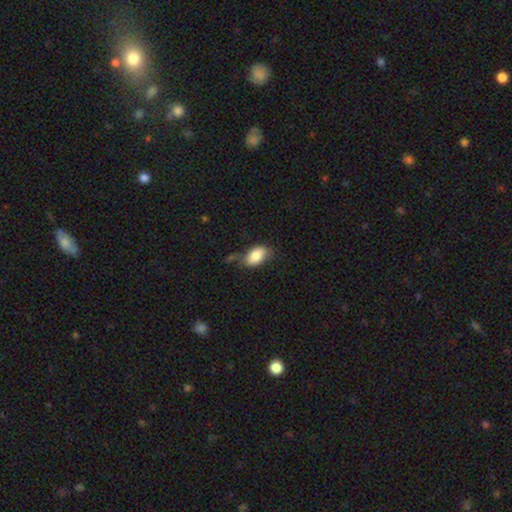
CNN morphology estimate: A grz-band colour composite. It shows a smooth galaxy with no disk features (83%) that is in between round and cigar-shaped (92%). Merging: none (54%).